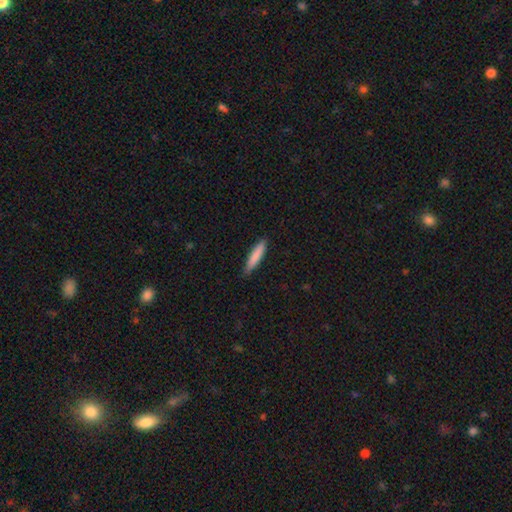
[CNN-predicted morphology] Q: Smooth or featured?
A: smooth (83%); runner-up: featured or disk (12%)
Q: How rounded?
A: cigar-shaped (86%); runner-up: in between (13%)
Q: Merging?
A: none (86%); runner-up: minor disturbance (11%)